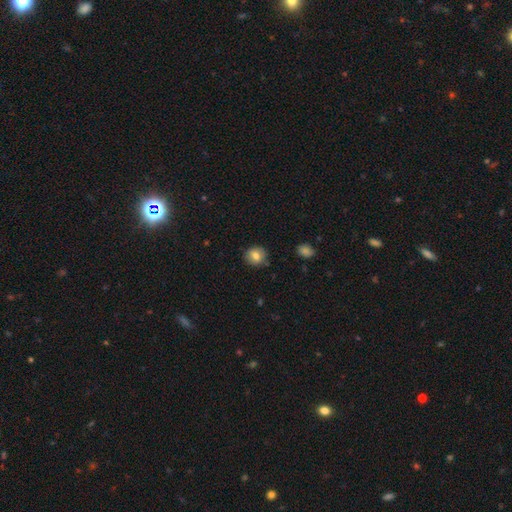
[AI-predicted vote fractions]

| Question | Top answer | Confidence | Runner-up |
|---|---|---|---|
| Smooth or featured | smooth | 79% | featured or disk (12%) |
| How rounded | round | 85% | in between (14%) |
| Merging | none | 84% | minor disturbance (12%) |